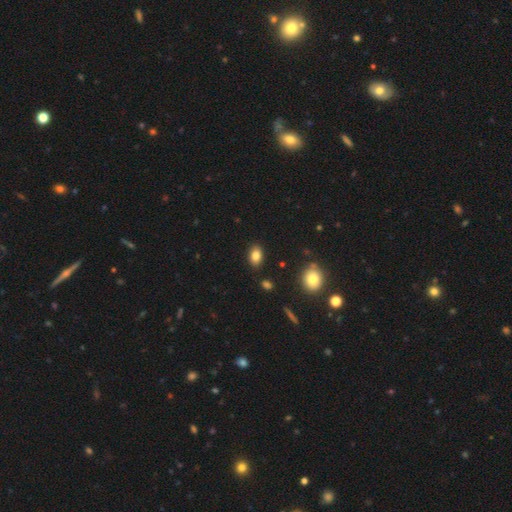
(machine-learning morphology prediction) The model was most divided on "how rounded": in between: 86%, round: 12%, cigar-shaped: 2%. More confident: merging — none (87%); smooth or featured — smooth (84%).